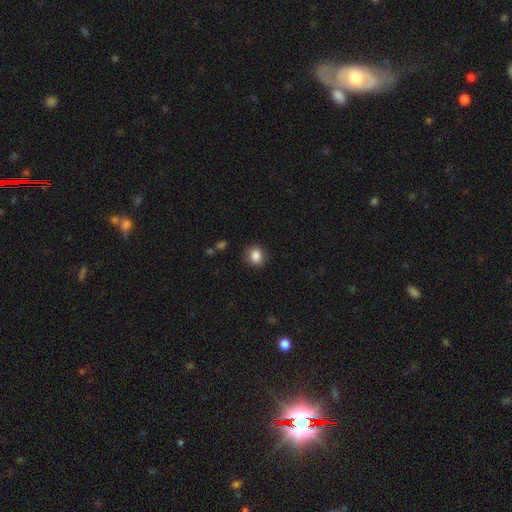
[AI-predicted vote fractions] This appears to be a smooth galaxy with no disk features (86%) that is round (67%). Merging: none (86%).